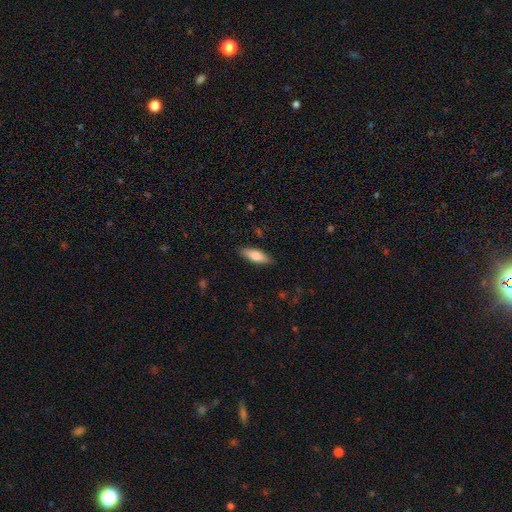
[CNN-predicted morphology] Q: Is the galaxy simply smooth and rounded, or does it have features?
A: smooth — 76%.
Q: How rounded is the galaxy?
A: in between — 62%.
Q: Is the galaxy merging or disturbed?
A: none — 87%.